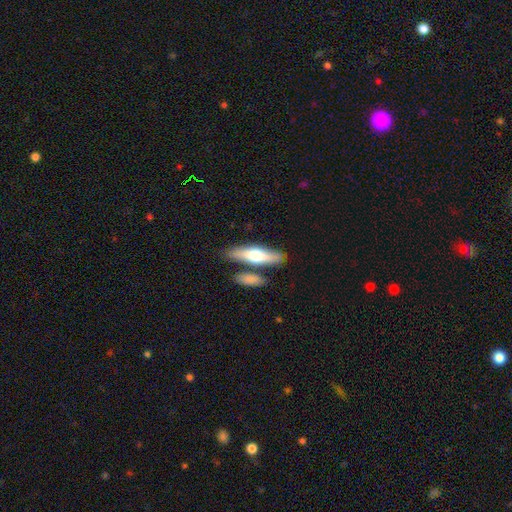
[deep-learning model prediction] This is possibly a smooth galaxy (59%). How rounded: likely cigar-shaped (63%). Merging: likely none (70%).